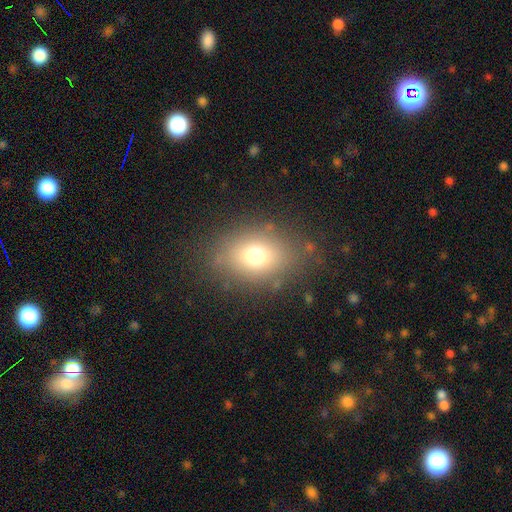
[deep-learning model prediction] Q: Smooth or featured?
A: smooth (71%); runner-up: star or artifact (15%)
Q: How rounded?
A: in between (65%); runner-up: round (33%)
Q: Merging?
A: none (78%); runner-up: minor disturbance (14%)